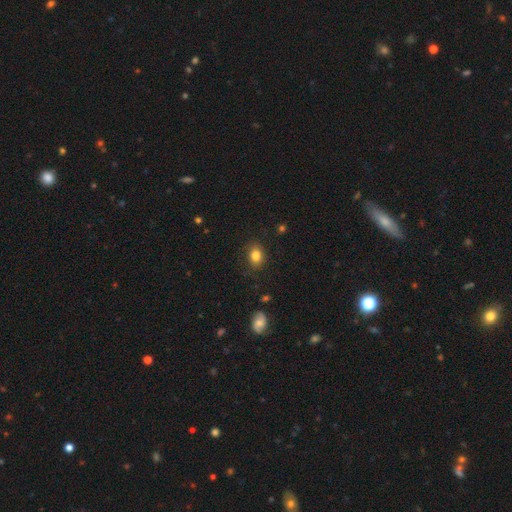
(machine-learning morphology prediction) smooth 83%, star or artifact 10%, featured or disk 7%. Down the decision tree: how rounded — in between (63%); merging — none (84%).